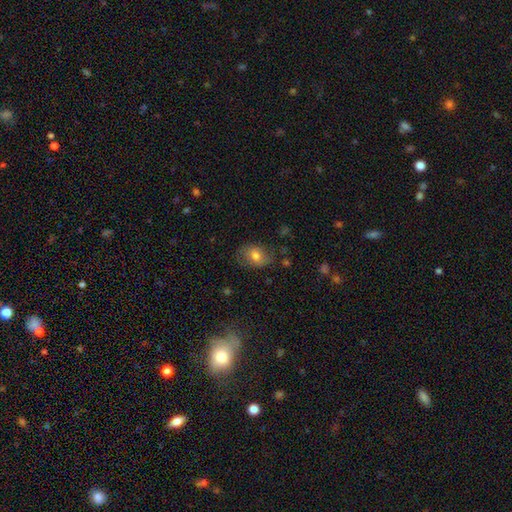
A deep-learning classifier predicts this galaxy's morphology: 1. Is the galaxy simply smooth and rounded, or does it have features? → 68% smooth, 23% featured or disk, 9% star or artifact.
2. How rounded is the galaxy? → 72% in between, 27% round, 1% cigar-shaped.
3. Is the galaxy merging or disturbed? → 68% none, 22% minor disturbance, 8% major disturbance, 2% merger.